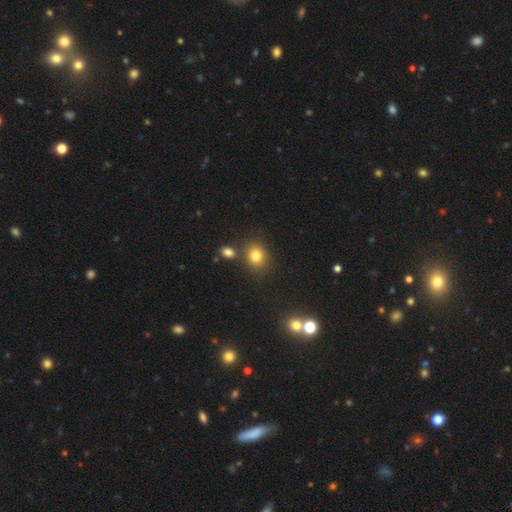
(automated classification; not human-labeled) Morphology: type=smooth (80%); roundness=round (66%); merging=none (76%).